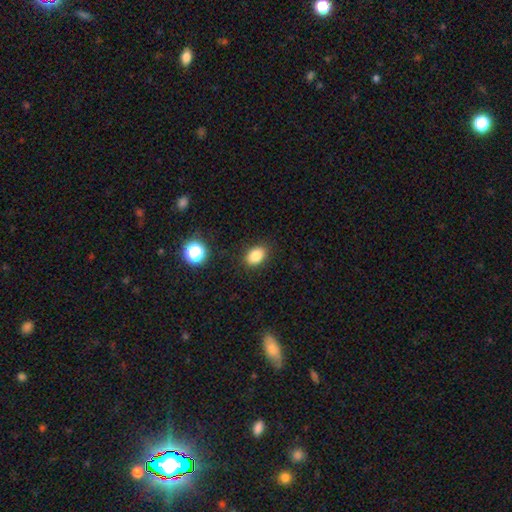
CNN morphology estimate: smooth_or_featured: smooth (p=0.83) [alt: star or artifact p=0.11]
how_rounded: in between (p=0.74) [alt: round p=0.24]
merging: none (p=0.87) [alt: minor disturbance p=0.09]